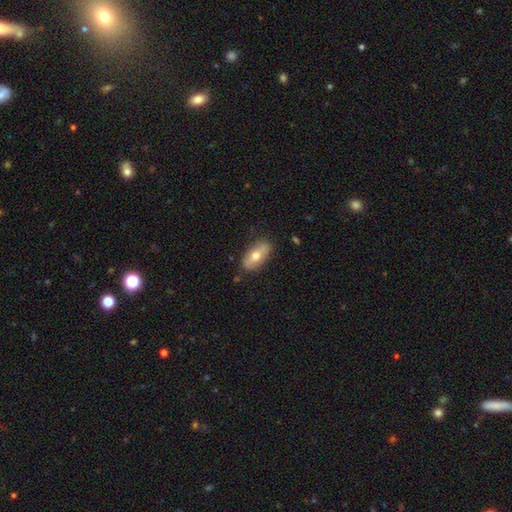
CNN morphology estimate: This appears to be a smooth galaxy with no disk features (62%) that is in between round and cigar-shaped (85%). Merging: none (83%).